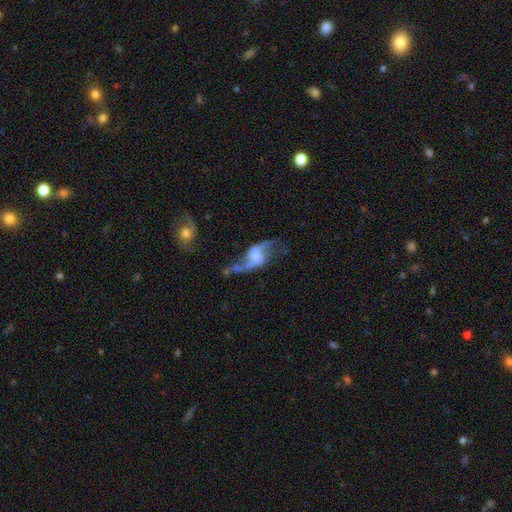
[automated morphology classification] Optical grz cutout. It shows a featured or disk galaxy (78%) with no bar (43%), 2 (89%) loose (82%) spiral arms (87%) and no central bulge (35%). Merging: none (45%).